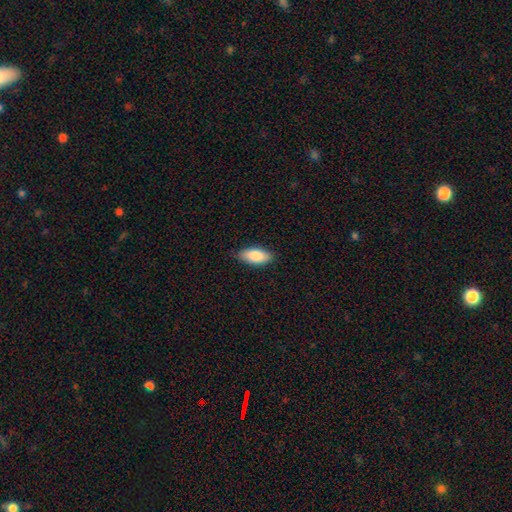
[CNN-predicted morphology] smooth-or-featured: smooth: 87% | featured or disk: 7% | star or artifact: 6%
  how-rounded: in between: 88% | cigar-shaped: 10% | round: 2%
  merging: none: 85% | minor disturbance: 12% | major disturbance: 2% | merger: 1%